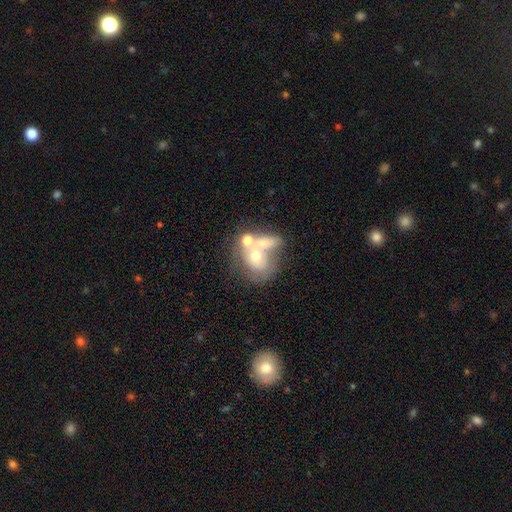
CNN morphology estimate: smooth_or_featured: smooth (p=0.45) [alt: featured or disk p=0.44]
merging: merger (p=0.55) [alt: none p=0.21]